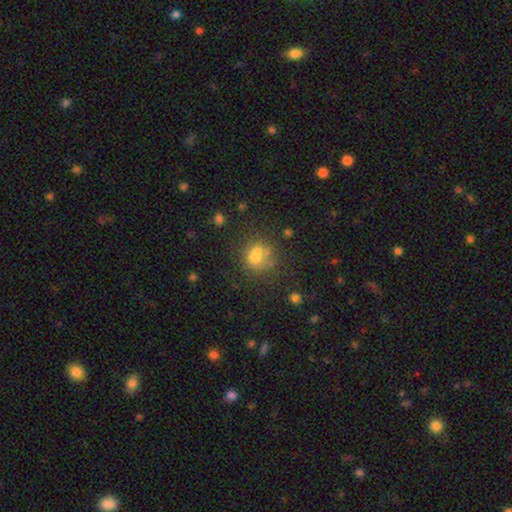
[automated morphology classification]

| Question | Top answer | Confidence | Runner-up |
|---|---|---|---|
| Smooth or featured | smooth | 62% | featured or disk (19%) |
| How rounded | round | 76% | in between (23%) |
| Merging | merger | 41% | tied: none (41%) |